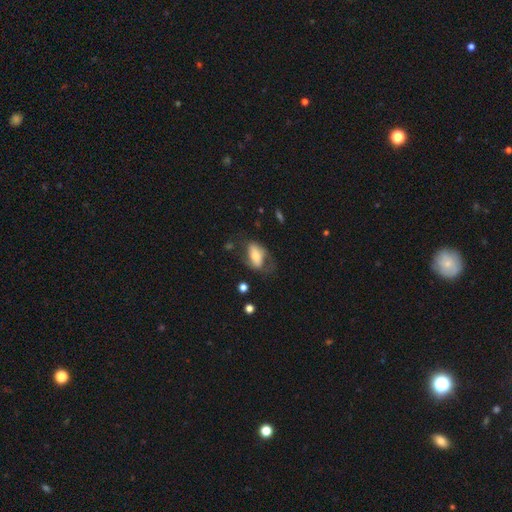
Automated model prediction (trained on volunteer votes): Morphology: type=smooth (52%); roundness=in between (86%); merging=none (50%).